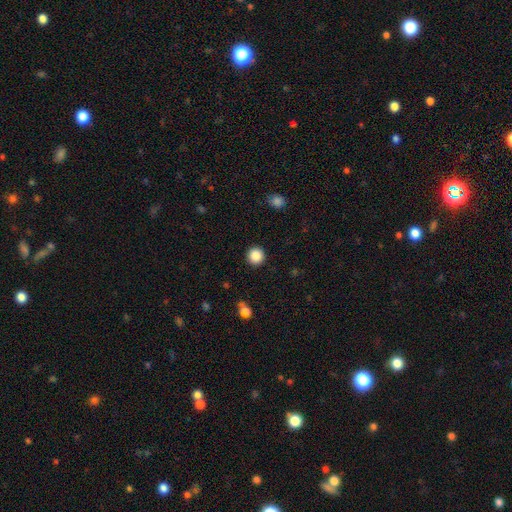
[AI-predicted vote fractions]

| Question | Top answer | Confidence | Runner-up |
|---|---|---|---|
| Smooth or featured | smooth | 87% | star or artifact (10%) |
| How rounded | round | 95% | in between (4%) |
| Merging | none | 92% | minor disturbance (5%) |